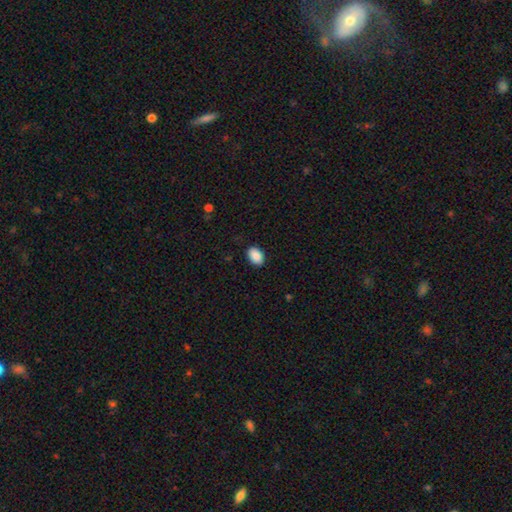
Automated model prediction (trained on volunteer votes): This appears to be a smooth galaxy with no disk features (90%) that is in between round and cigar-shaped (85%). Merging: none (88%).